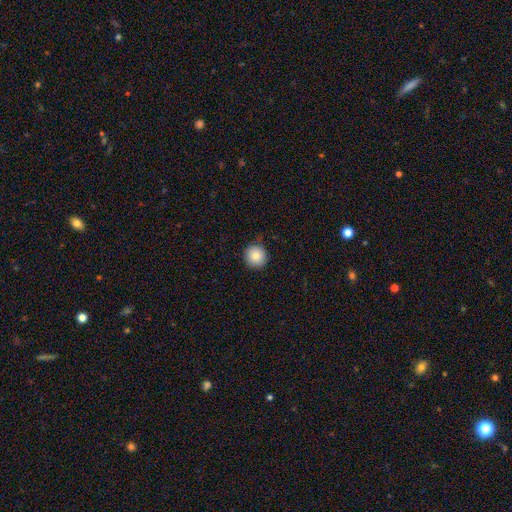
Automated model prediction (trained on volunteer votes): This is clearly a smooth galaxy (84%). How rounded: clearly round (94%). Merging: clearly none (85%).